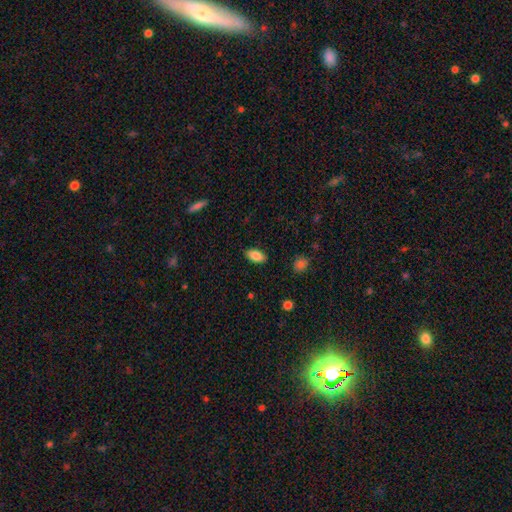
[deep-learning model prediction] smooth_or_featured: smooth (p=0.85) [alt: star or artifact p=0.08]
how_rounded: in between (p=0.91) [alt: cigar-shaped p=0.05]
merging: none (p=0.87) [alt: minor disturbance p=0.09]